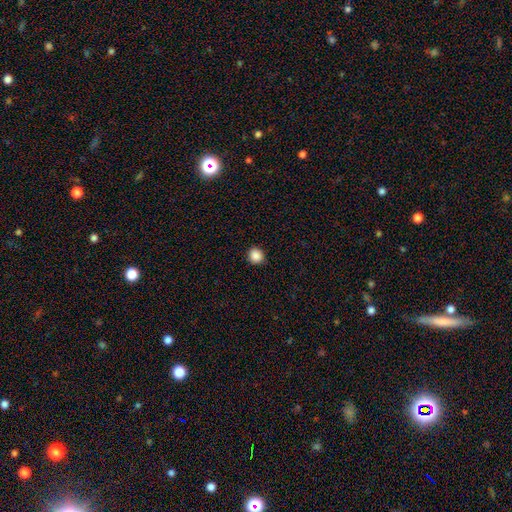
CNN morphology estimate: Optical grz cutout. It shows a smooth galaxy with no disk features (88%) that is round (86%). Merging: none (92%).